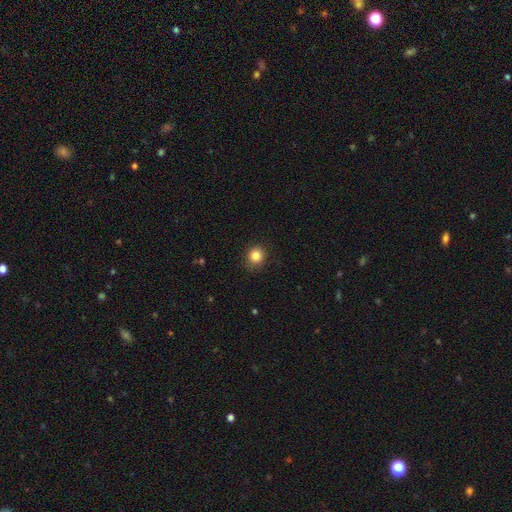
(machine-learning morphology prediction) A smooth galaxy with no disk features (84%) that is round (85%). Merging: none (88%).